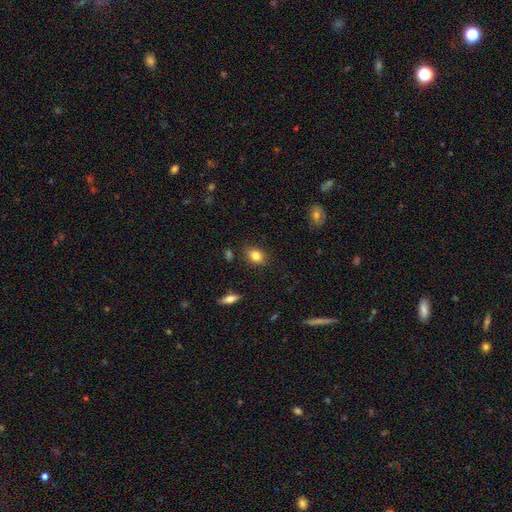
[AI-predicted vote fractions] The model was most divided on "how rounded": in between: 64%, round: 34%, cigar-shaped: 2%. More confident: smooth or featured — smooth (83%); merging — none (82%).